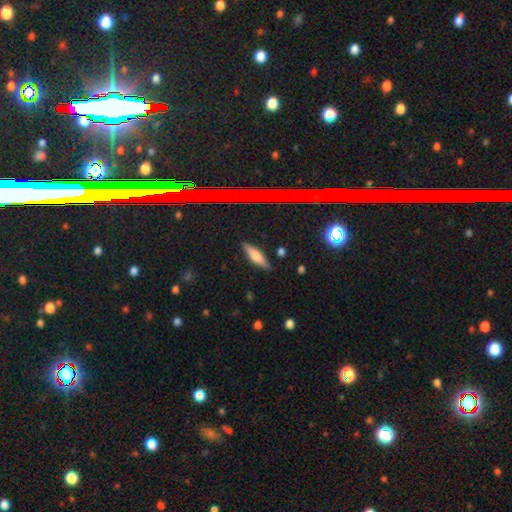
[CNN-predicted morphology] Overall: smooth (63%; featured or disk 28%). How rounded: cigar-shaped (57%; in between 41%). Merging: none (83%).